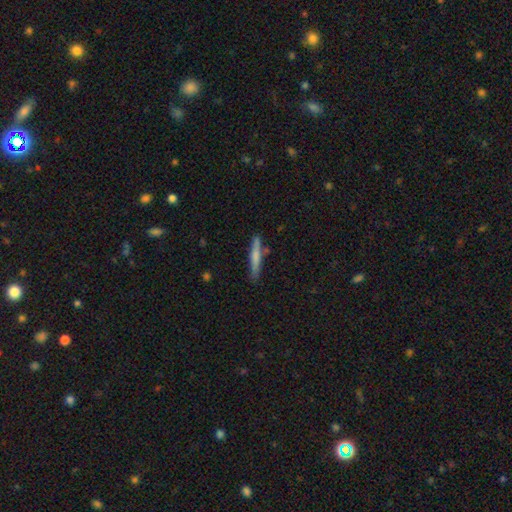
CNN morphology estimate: Q: Smooth or featured?
A: smooth (64%); runner-up: featured or disk (30%)
Q: How rounded?
A: cigar-shaped (93%); runner-up: in between (5%)
Q: Merging?
A: none (80%); runner-up: minor disturbance (13%)